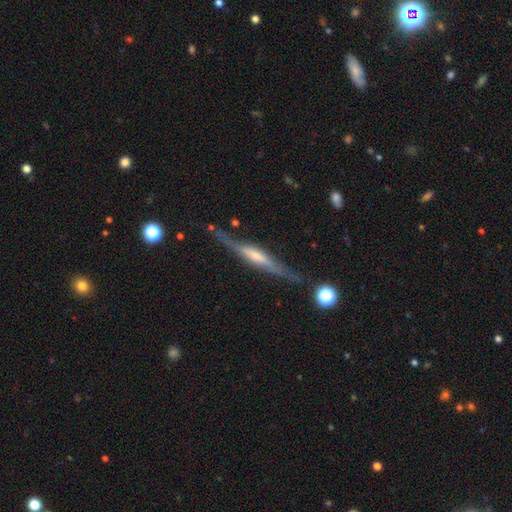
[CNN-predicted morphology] A featured or disk galaxy (76%) viewed edge-on (93%) with a rounded central bulge (40%).

Vote fractions:
- Smooth or featured? featured or disk: 76% / smooth: 18% / star or artifact: 6%
- Edge-on disk? yes: 93% / no: 7%
- Edge-on bulge? rounded: 40% / boxy: 37% / none: 23%
- Merging? none: 76% / minor disturbance: 16% / major disturbance: 5% / merger: 3%